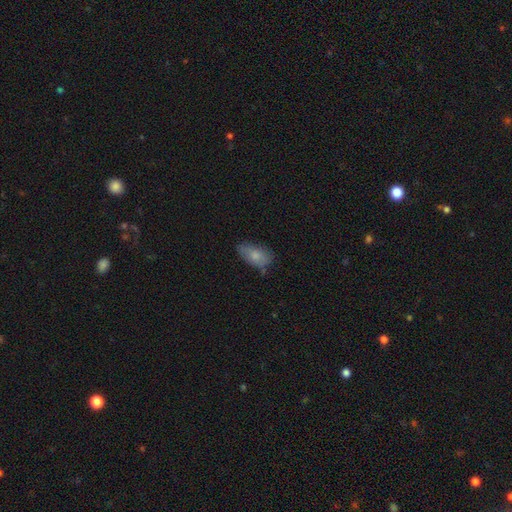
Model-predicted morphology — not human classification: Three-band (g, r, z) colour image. It shows a smooth galaxy with no disk features (78%) that is in between round and cigar-shaped (91%). Merging: none (63%).